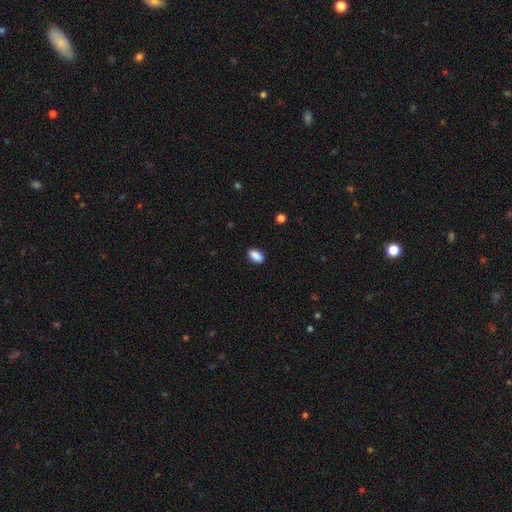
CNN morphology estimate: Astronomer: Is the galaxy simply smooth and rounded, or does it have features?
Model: smooth — 90%.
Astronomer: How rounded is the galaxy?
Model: in between — 92%.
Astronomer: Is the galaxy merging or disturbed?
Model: none — 89%.